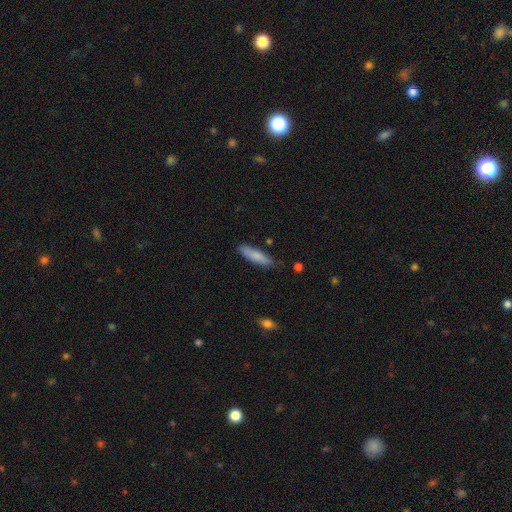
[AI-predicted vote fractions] Smooth or featured: smooth — 82% (featured or disk — 12%)
How rounded: cigar-shaped — 66% (in between — 33%)
Merging: none — 81% (minor disturbance — 15%)